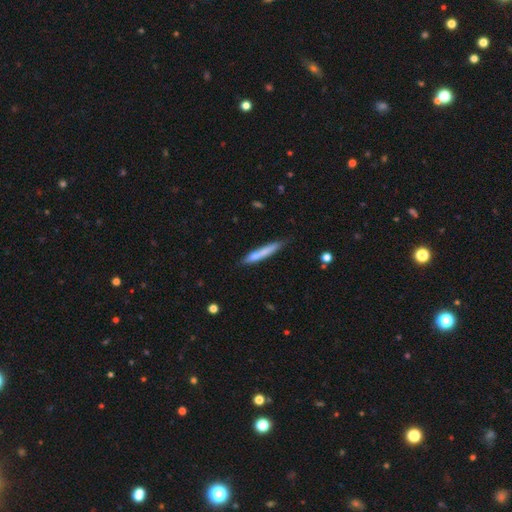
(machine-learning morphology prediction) smooth 59%, featured or disk 30%, star or artifact 11%. Down the decision tree: how rounded — cigar-shaped (93%); merging — none (84%).